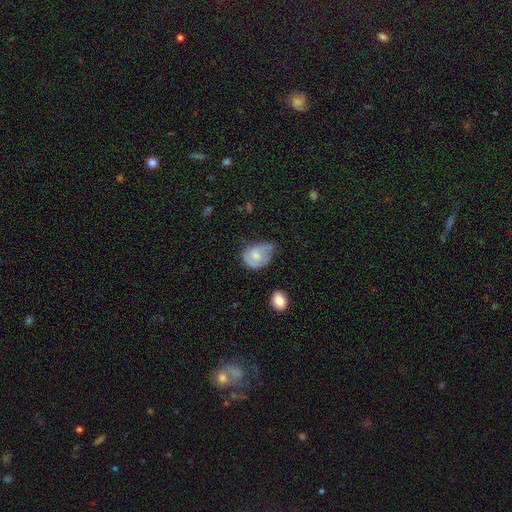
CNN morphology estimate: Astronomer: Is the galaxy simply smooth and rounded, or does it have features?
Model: smooth — 55% (runner-up: featured or disk, 38%).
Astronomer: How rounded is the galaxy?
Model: in between — 51% (runner-up: round, 48%).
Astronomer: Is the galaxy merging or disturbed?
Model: minor disturbance — 42% (runner-up: none, 30%).